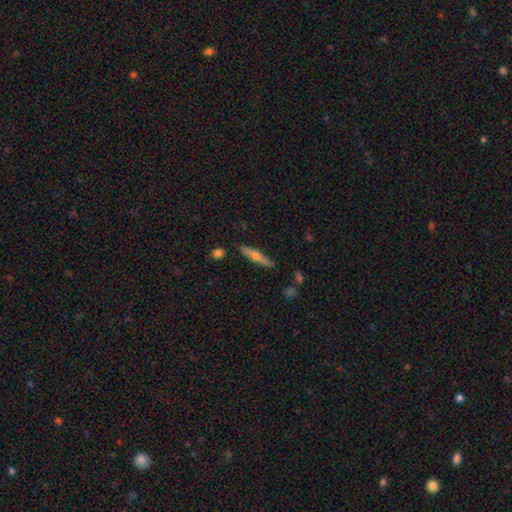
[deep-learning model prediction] Q: Smooth or featured?
A: featured or disk (51%); runner-up: smooth (43%)
Q: Edge-on disk?
A: yes (92%); runner-up: no (8%)
Q: Merging?
A: none (86%); runner-up: minor disturbance (10%)